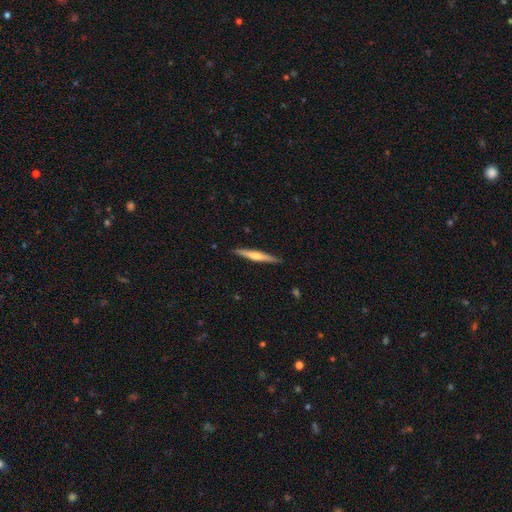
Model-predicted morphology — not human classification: A featured or disk galaxy (54%) viewed edge-on (97%) with a rounded central bulge (70%).

Vote fractions:
- Smooth or featured? featured or disk: 54% / smooth: 41% / star or artifact: 5%
- Edge-on disk? yes: 97% / no: 3%
- Edge-on bulge? rounded: 70% / none: 20% / boxy: 10%
- Merging? none: 91% / minor disturbance: 7% / major disturbance: 1% / merger: 1%